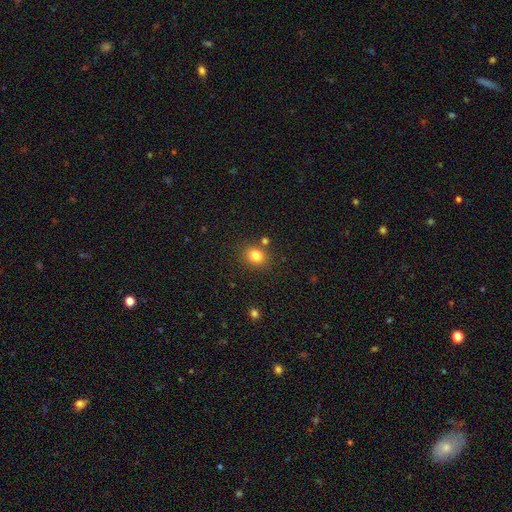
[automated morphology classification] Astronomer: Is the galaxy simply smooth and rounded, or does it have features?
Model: smooth — 82%.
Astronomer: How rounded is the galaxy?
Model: round — 64%.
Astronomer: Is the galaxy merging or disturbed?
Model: none — 79%.